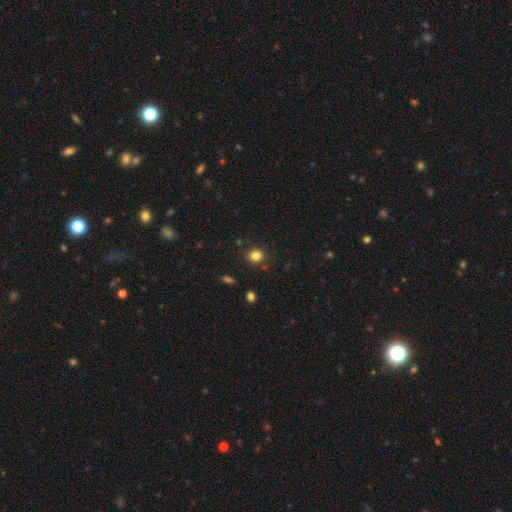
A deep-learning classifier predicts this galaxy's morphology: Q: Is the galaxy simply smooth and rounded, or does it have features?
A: smooth — 82%.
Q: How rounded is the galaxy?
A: round — 80%.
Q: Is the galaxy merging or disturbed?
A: none — 85%.